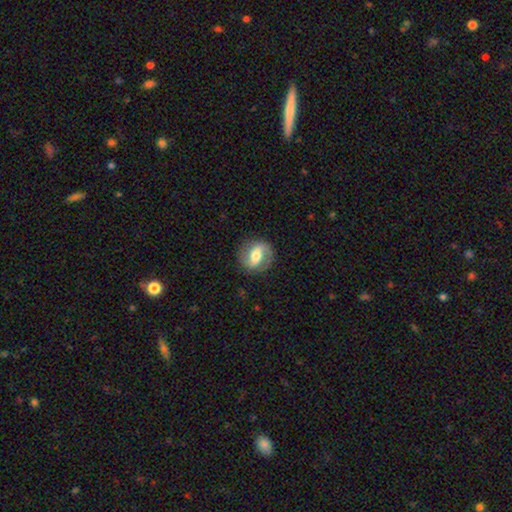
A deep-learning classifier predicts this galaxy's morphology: The model was most divided on "spiral winding": medium: 42%, loose: 38%, tight: 19%. Remaining: edge-on disk — no (96%); spiral arm count — 2 (88%); spiral arms — yes (85%); merging — none (84%); smooth or featured — featured or disk (71%); bulge size — moderate (65%); bar — strong (44%).